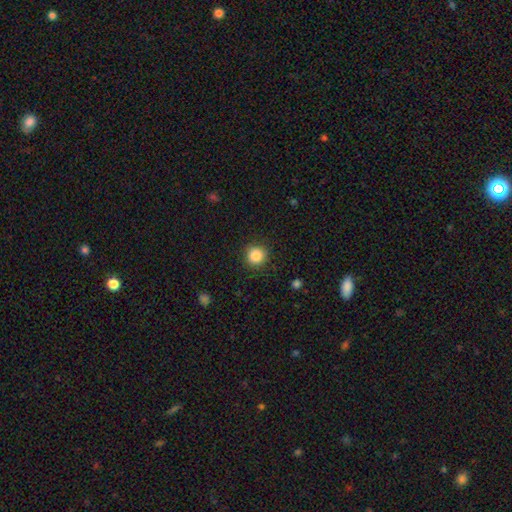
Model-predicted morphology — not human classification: type=smooth (86%); roundness=round (93%); merging=none (89%).